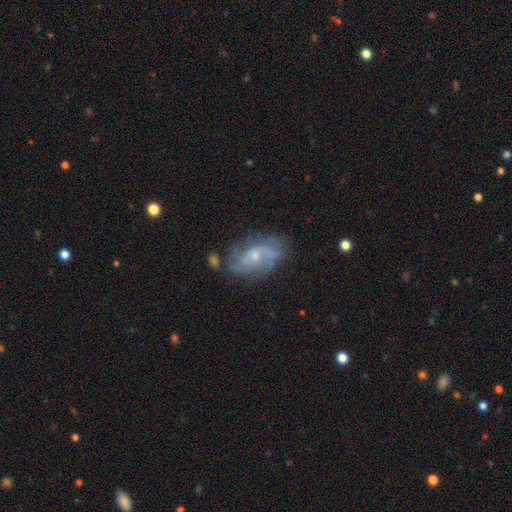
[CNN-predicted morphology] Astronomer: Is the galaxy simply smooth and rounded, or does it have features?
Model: featured or disk — 78%.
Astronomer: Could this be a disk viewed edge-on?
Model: no — 96%.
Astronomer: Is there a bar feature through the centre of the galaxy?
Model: no — 60%.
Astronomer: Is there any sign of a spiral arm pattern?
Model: yes — 90%.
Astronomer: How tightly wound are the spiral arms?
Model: medium — 47% (runner-up: loose, 27%).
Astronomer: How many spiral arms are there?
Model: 2 — 53%.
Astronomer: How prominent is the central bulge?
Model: small — 56% (runner-up: moderate, 36%).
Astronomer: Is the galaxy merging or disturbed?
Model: none — 65%.